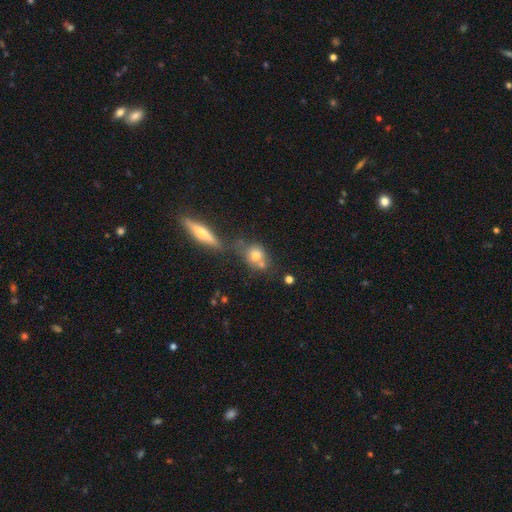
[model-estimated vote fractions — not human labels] A smooth galaxy with no disk features (69%) that is round (65%).

Vote fractions:
- Smooth or featured? smooth: 69% / featured or disk: 19% / star or artifact: 13%
- How rounded? round: 65% / in between: 31% / cigar-shaped: 4%
- Merging? none: 48% / merger: 33% / minor disturbance: 13% / major disturbance: 6%